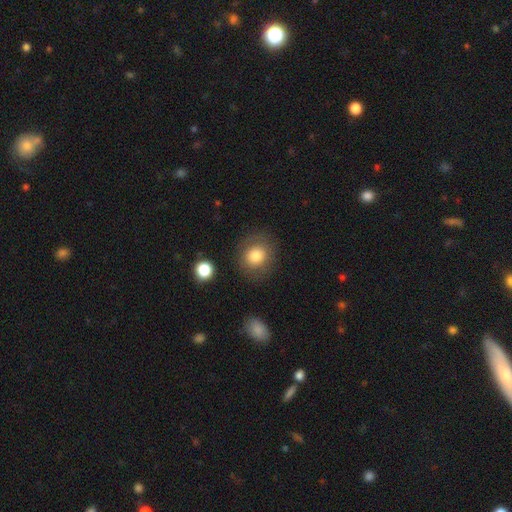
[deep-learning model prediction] Q: Smooth or featured?
A: smooth (80%); runner-up: featured or disk (11%)
Q: How rounded?
A: round (78%); runner-up: in between (21%)
Q: Merging?
A: none (81%); runner-up: minor disturbance (11%)